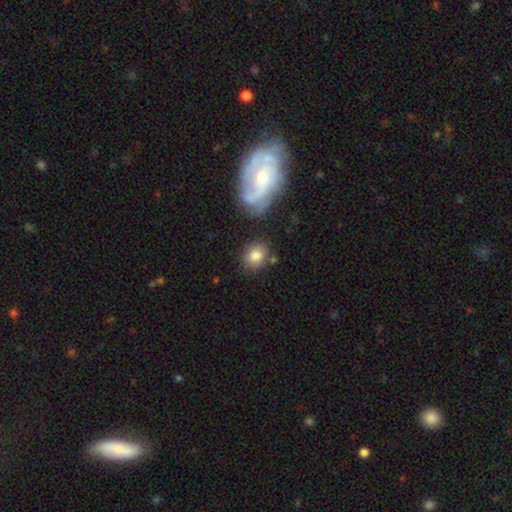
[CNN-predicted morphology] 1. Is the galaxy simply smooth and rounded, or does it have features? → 81% smooth, 11% featured or disk, 8% star or artifact.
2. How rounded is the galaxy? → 58% round, 41% in between, 1% cigar-shaped.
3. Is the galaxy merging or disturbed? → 74% none, 13% minor disturbance, 8% merger, 5% major disturbance.